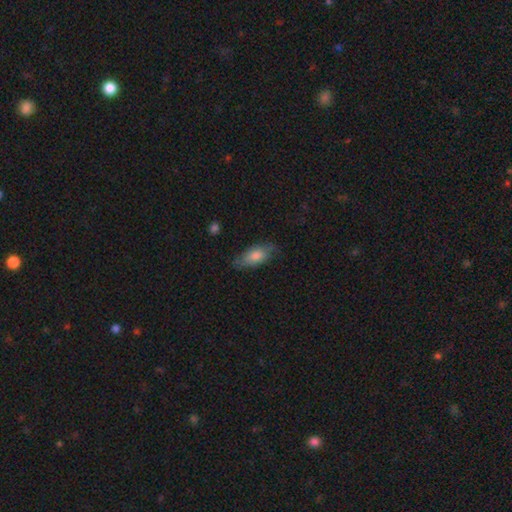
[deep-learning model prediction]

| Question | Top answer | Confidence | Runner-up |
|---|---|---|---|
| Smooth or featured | smooth | 72% | featured or disk (21%) |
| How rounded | in between | 83% | cigar-shaped (14%) |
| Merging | none | 68% | minor disturbance (25%) |